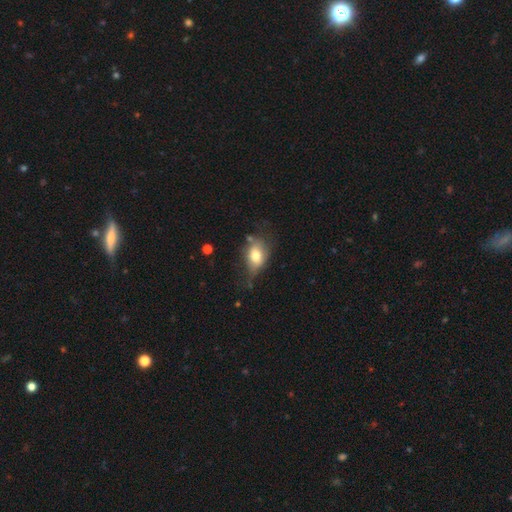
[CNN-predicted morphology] This is likely a smooth galaxy (69%). How rounded: likely in between (79%). Merging: marginally none (44%).